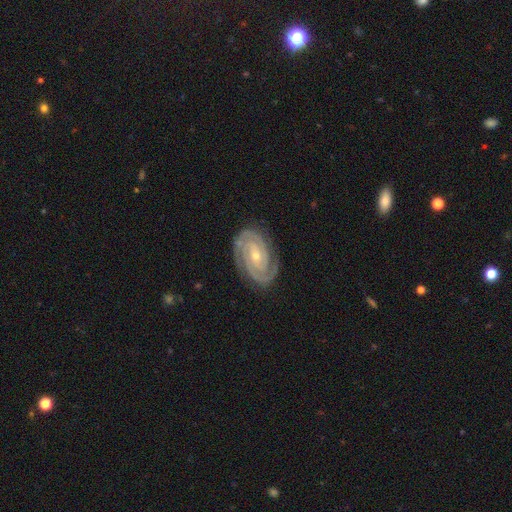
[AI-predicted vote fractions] smooth-or-featured: featured or disk: 92% | star or artifact: 5% | smooth: 4%
  disk-edge-on: no: 97% | yes: 3%
    bar: no: 56% | weak: 29% | strong: 15%
    has-spiral-arms: yes: 99% | no: 1%
      spiral-winding: tight: 80% | medium: 18% | loose: 2%
      spiral-arm-count: 2: 71% | 3: 15% | can't tell: 6% | 4: 3% | 1: 3% | more than 4: 3%
    bulge-size: small: 61% | moderate: 36% | large: 1% | none: 1% | dominant: 1%
  merging: none: 84% | minor disturbance: 12% | major disturbance: 3% | merger: 1%